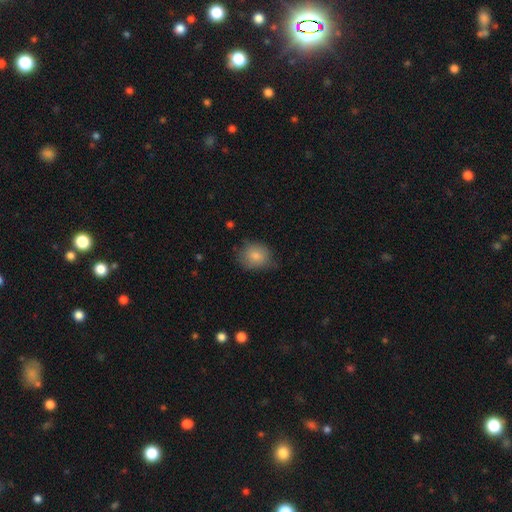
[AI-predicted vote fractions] Smooth or featured? Predicted: smooth (p=0.83). How rounded? Predicted: round (p=0.56). Merging? Predicted: none (p=0.65).